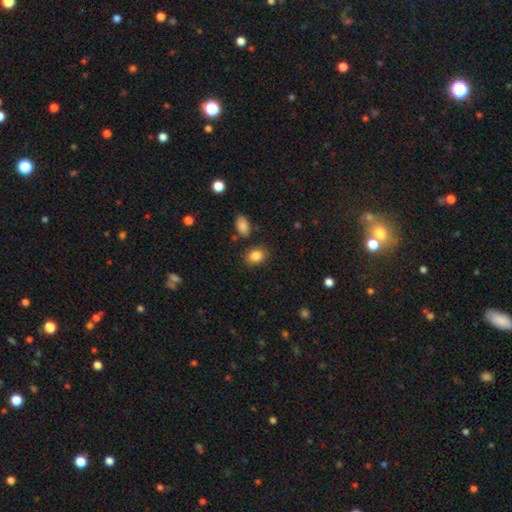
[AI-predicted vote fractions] Q: Smooth or featured?
A: smooth (86%); runner-up: star or artifact (9%)
Q: How rounded?
A: in between (61%); runner-up: round (38%)
Q: Merging?
A: none (81%); runner-up: minor disturbance (12%)